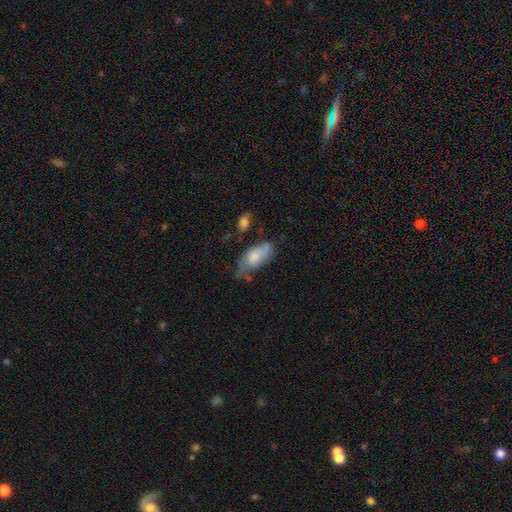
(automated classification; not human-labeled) This is likely a smooth galaxy (67%). How rounded: clearly in between (90%). Merging: marginally none (35%).